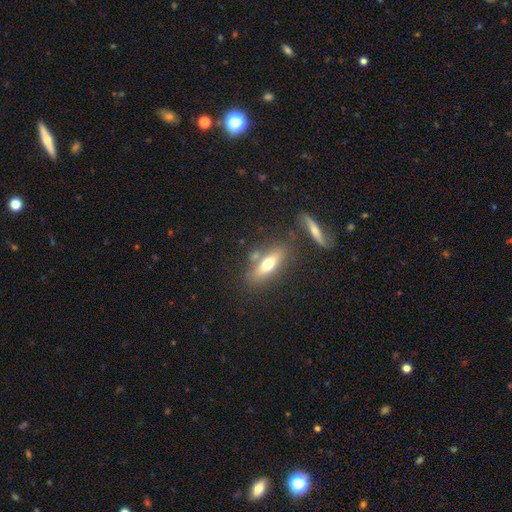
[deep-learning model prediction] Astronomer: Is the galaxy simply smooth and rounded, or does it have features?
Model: featured or disk — 44%, tied with smooth at 44%.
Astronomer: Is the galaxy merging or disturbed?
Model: none — 70%.